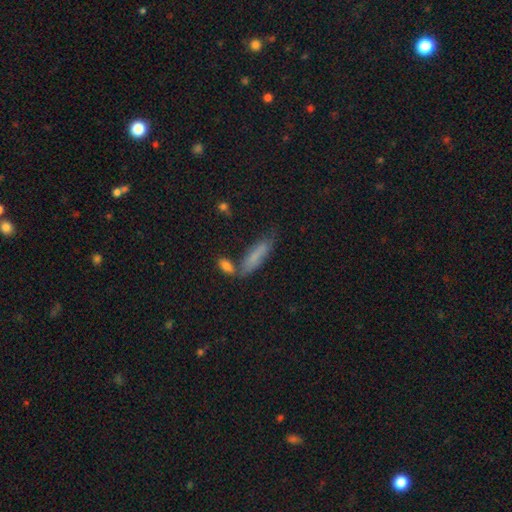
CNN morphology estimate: A smooth galaxy with no disk features (73%) that is cigar-shaped (62%).

Vote fractions:
- Smooth or featured? smooth: 73% / featured or disk: 18% / star or artifact: 9%
- How rounded? cigar-shaped: 62% / in between: 35% / round: 2%
- Merging? none: 52% / minor disturbance: 21% / merger: 19% / major disturbance: 8%